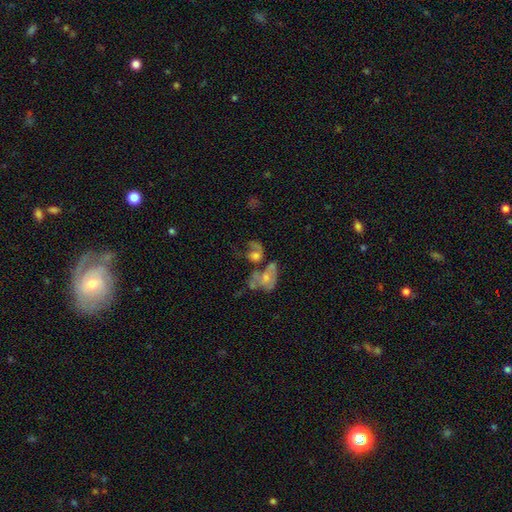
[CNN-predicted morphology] A featured or disk galaxy (48%).

Vote fractions:
- Smooth or featured? featured or disk: 48% / smooth: 39% / star or artifact: 13%
- Merging? merger: 56% / major disturbance: 19% / none: 15% / minor disturbance: 9%